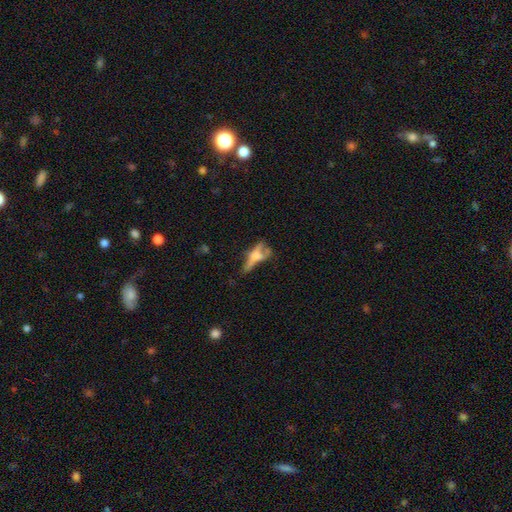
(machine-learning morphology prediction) Q: Smooth or featured?
A: featured or disk (47%); runner-up: smooth (39%)
Q: Merging?
A: none (35%); runner-up: major disturbance (28%)